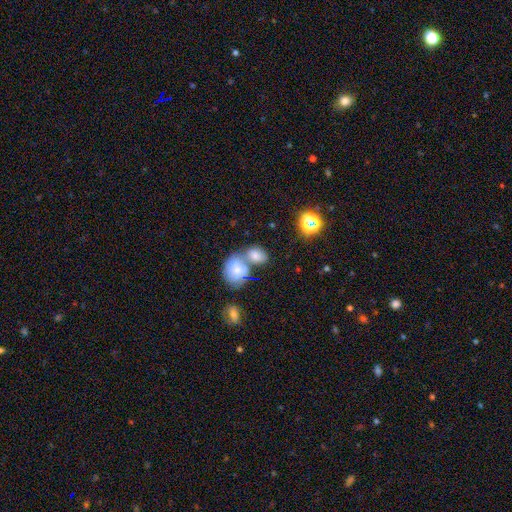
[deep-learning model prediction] Smooth or featured? Predicted: smooth (p=0.70). How rounded? Predicted: in between (p=0.72). Merging? Predicted: merger (p=0.58).